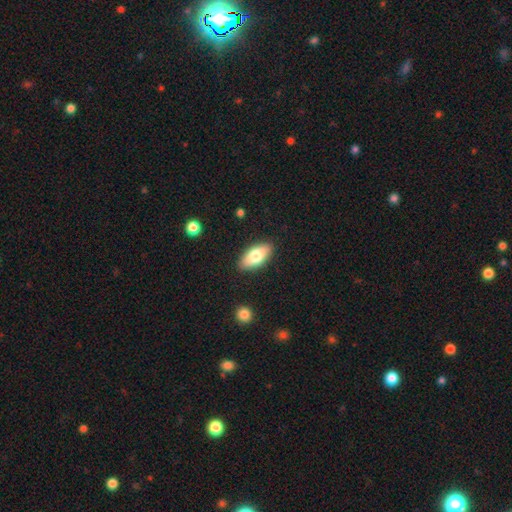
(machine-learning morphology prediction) Q: Smooth or featured?
A: smooth (75%); runner-up: featured or disk (19%)
Q: How rounded?
A: in between (88%); runner-up: cigar-shaped (9%)
Q: Merging?
A: none (88%); runner-up: minor disturbance (9%)